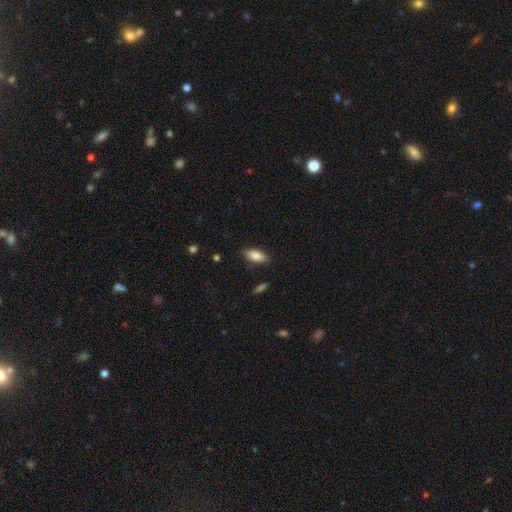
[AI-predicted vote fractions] Smooth or featured?
  - smooth: 85% *
  - featured or disk: 8%
  - star or artifact: 7%
How rounded?
  - in between: 84% *
  - cigar-shaped: 14%
  - round: 2%
Merging?
  - none: 85% *
  - minor disturbance: 11%
  - major disturbance: 2%
  - merger: 2%